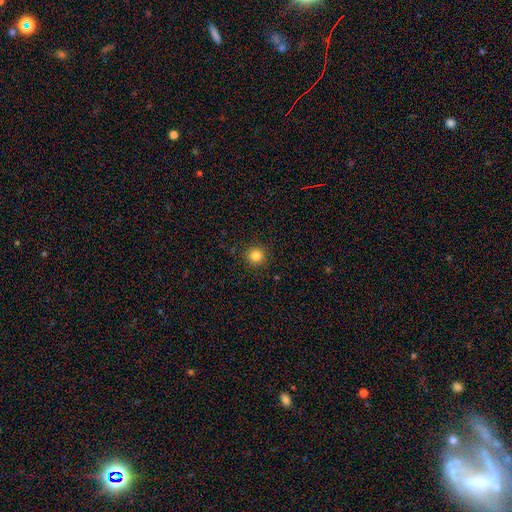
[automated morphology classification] The model was most divided on "smooth or featured": smooth: 84%, star or artifact: 12%, featured or disk: 5%. More confident: how rounded — round (95%); merging — none (91%).